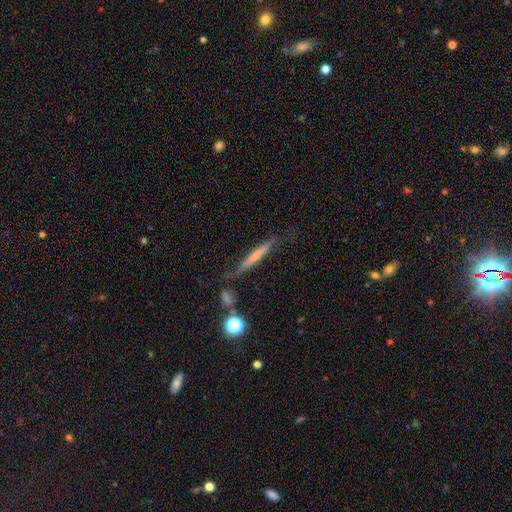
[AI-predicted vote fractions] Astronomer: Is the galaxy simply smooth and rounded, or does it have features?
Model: smooth — 49% (runner-up: featured or disk, 43%).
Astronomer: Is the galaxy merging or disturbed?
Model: none — 73%.